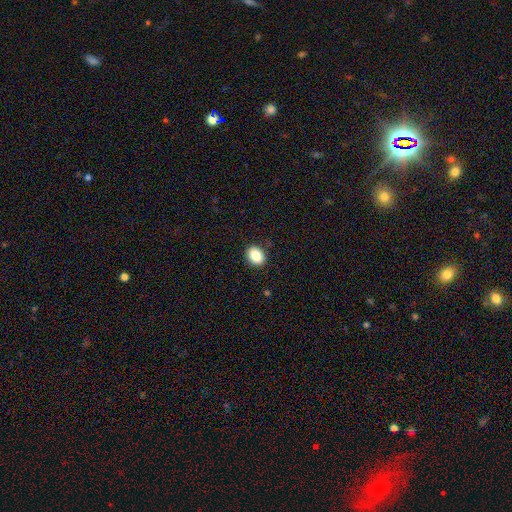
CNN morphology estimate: smooth-or-featured: smooth: 86% | star or artifact: 9% | featured or disk: 5%
  how-rounded: in between: 61% | round: 38% | cigar-shaped: 1%
  merging: none: 89% | minor disturbance: 8% | major disturbance: 2% | merger: 1%